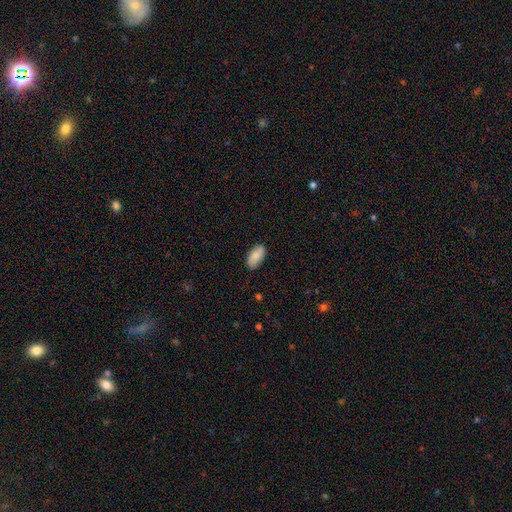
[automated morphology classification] Smooth or featured? Predicted: smooth (p=0.83). How rounded? Predicted: in between (p=0.94). Merging? Predicted: none (p=0.86).